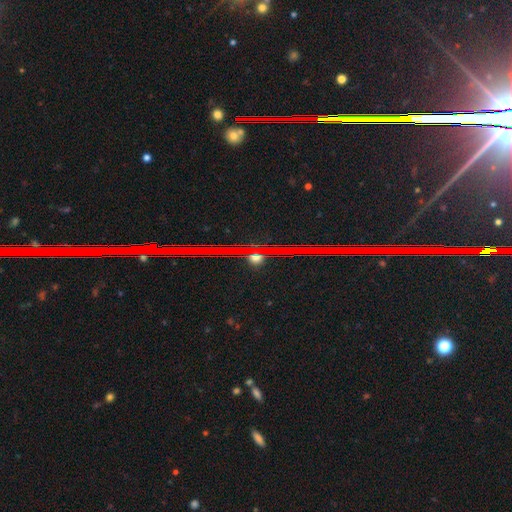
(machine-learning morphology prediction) type=star or artifact (69%).